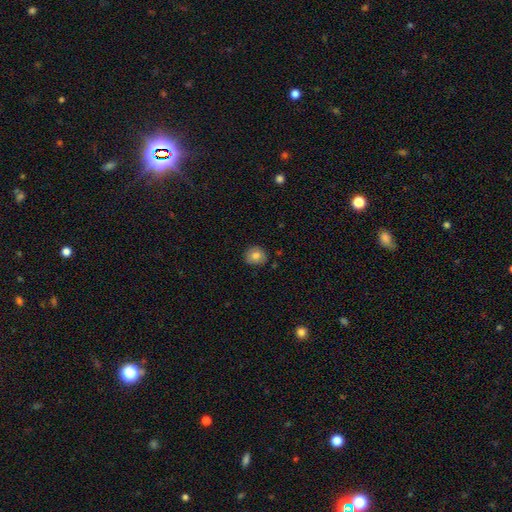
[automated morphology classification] smooth-or-featured: smooth: 79% | featured or disk: 12% | star or artifact: 9%
  how-rounded: round: 78% | in between: 21% | cigar-shaped: 1%
  merging: none: 84% | minor disturbance: 13% | major disturbance: 2% | merger: 1%